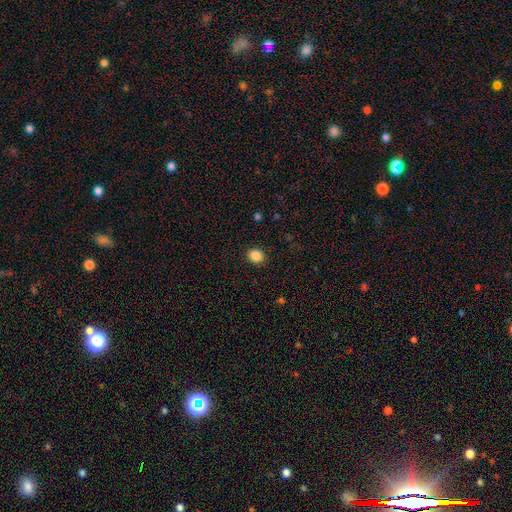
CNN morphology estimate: Q: Smooth or featured?
A: smooth (87%); runner-up: star or artifact (10%)
Q: How rounded?
A: round (61%); runner-up: in between (38%)
Q: Merging?
A: none (90%); runner-up: minor disturbance (7%)